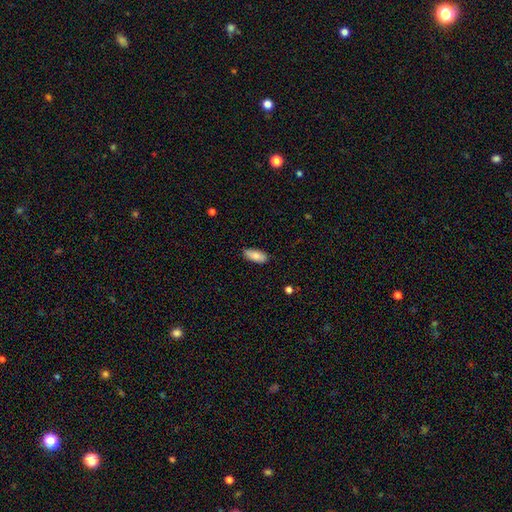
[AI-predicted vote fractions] The model was most divided on "merging": none: 85%, minor disturbance: 12%, major disturbance: 2%, merger: 1%. More confident: how rounded — in between (87%); smooth or featured — smooth (84%).